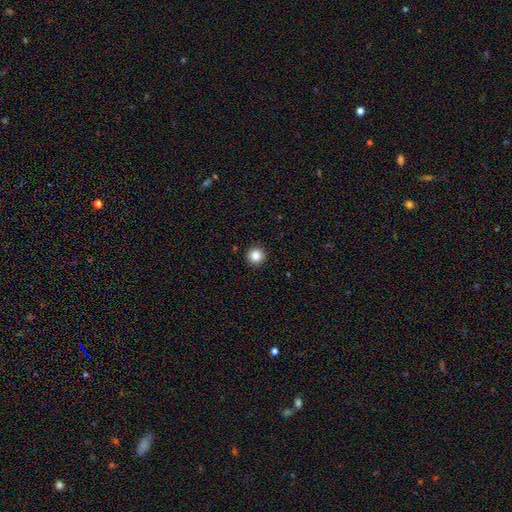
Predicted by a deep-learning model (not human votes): A smooth galaxy with no disk features (86%) that is round (95%). Merging: none (93%).